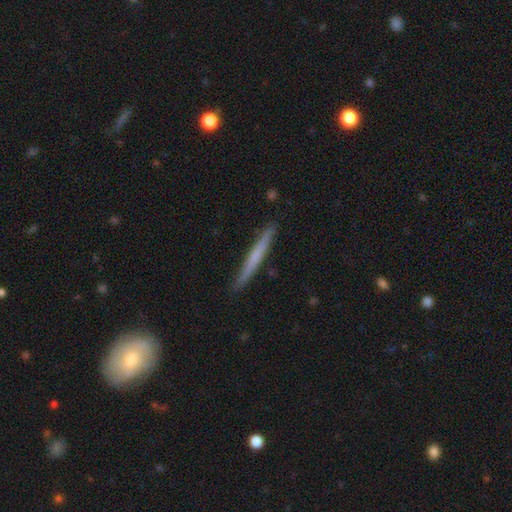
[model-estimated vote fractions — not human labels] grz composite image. It shows a smooth galaxy with no disk features (53%) that is cigar-shaped (97%). Merging: none (91%).